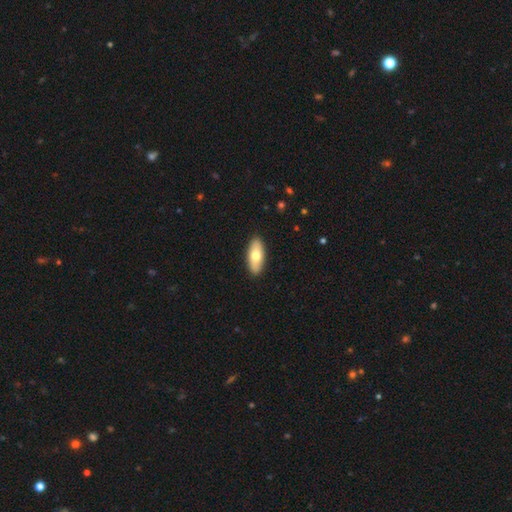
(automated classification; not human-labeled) Smooth or featured?
  - smooth: 70% *
  - featured or disk: 25%
  - star or artifact: 5%
How rounded?
  - in between: 82% *
  - cigar-shaped: 15%
  - round: 3%
Merging?
  - none: 91% *
  - minor disturbance: 7%
  - major disturbance: 1%
  - merger: 1%